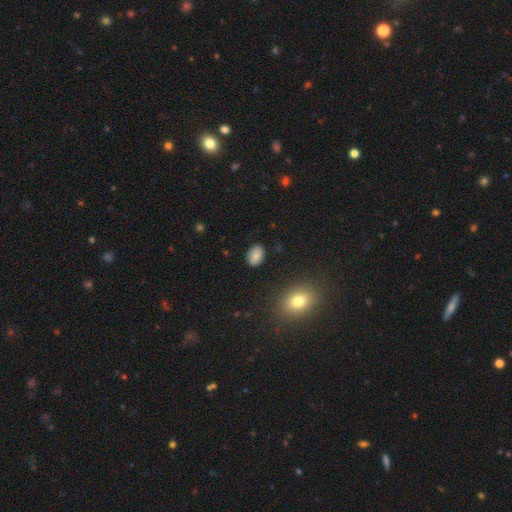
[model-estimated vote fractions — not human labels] smooth-or-featured: smooth: 82% | featured or disk: 9% | star or artifact: 9%
  how-rounded: in between: 87% | round: 12% | cigar-shaped: 1%
  merging: none: 84% | minor disturbance: 12% | major disturbance: 3% | merger: 1%